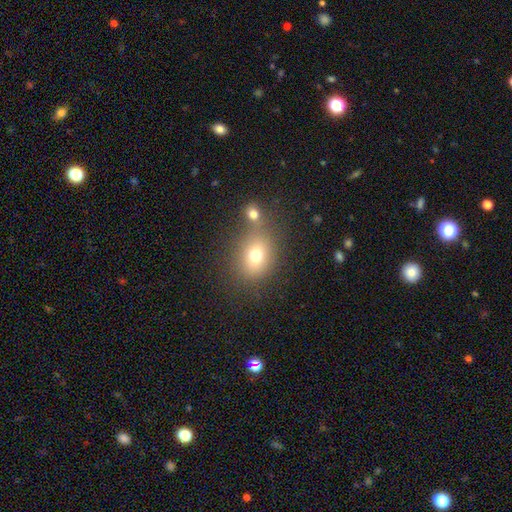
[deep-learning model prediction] The model was most divided on "how rounded": round: 53%, in between: 46%, cigar-shaped: 1%. More confident: smooth or featured — smooth (73%); merging — none (56%).